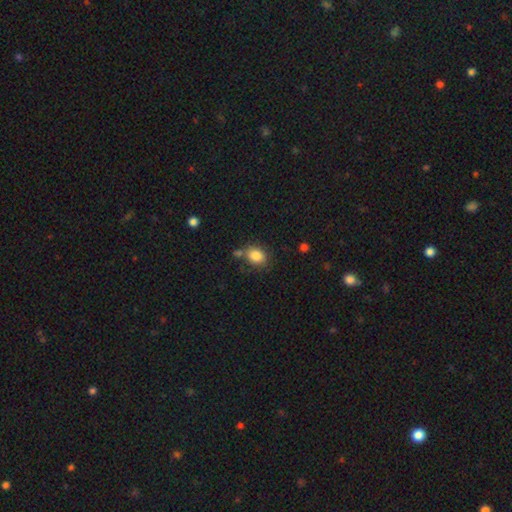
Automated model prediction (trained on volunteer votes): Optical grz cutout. It shows a smooth galaxy with no disk features (84%) that is in between round and cigar-shaped (62%). Merging: none (65%).